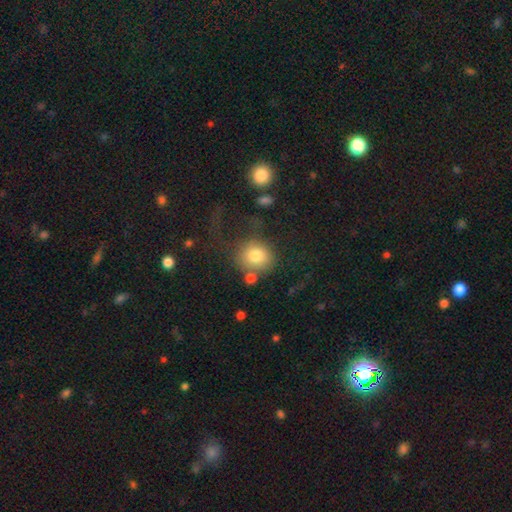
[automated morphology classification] smooth-or-featured: smooth: 78% | featured or disk: 12% | star or artifact: 10%
  how-rounded: round: 82% | in between: 17% | cigar-shaped: 1%
  merging: none: 49% | major disturbance: 24% | minor disturbance: 15% | merger: 12%